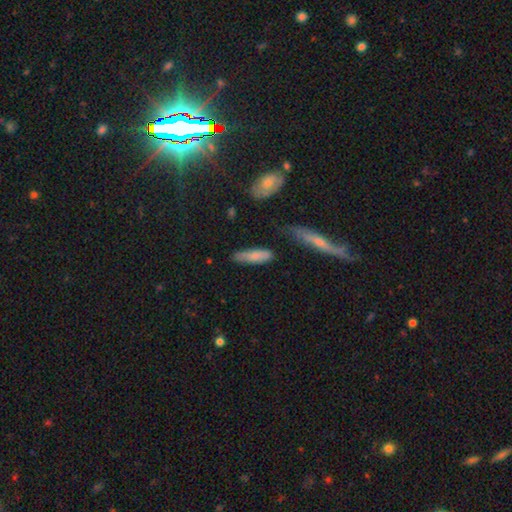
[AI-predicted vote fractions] A smooth galaxy with no disk features (73%) that is cigar-shaped (62%). Merging: none (64%).